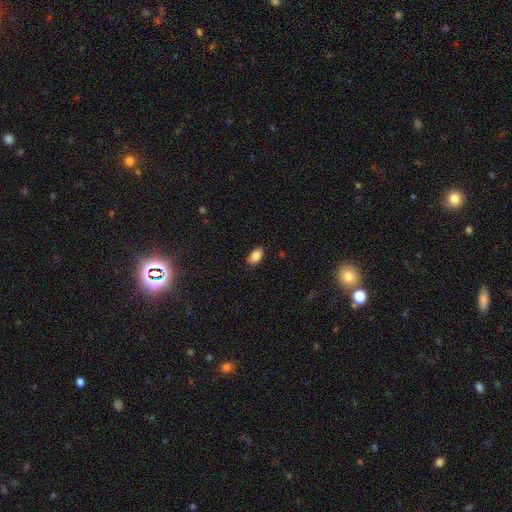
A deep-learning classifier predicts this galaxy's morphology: Smooth or featured: smooth — 87% (star or artifact — 8%)
How rounded: in between — 92% (round — 6%)
Merging: none — 83% (minor disturbance — 13%)